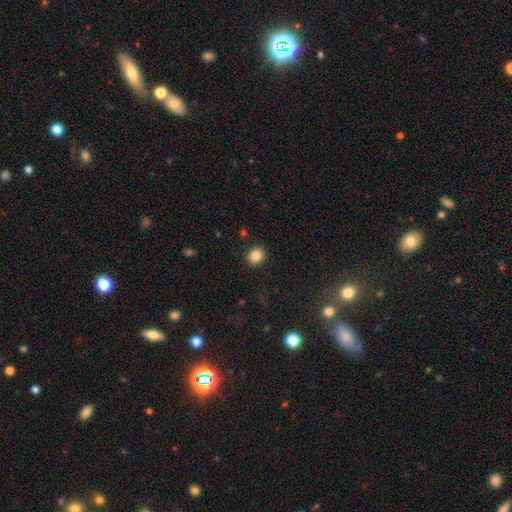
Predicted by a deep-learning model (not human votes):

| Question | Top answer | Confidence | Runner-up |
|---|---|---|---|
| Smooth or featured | smooth | 84% | star or artifact (10%) |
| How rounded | round | 78% | in between (21%) |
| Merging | none | 90% | minor disturbance (6%) |